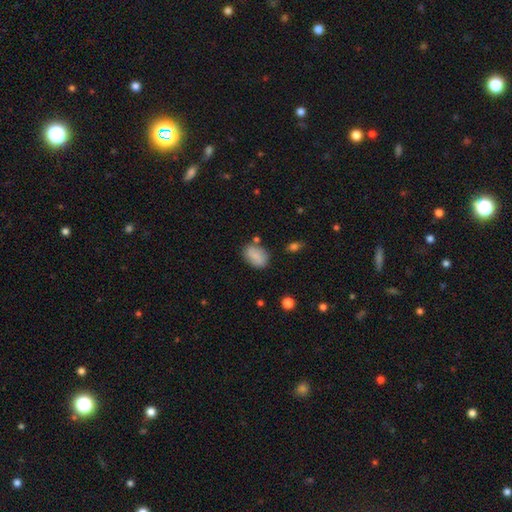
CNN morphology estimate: Smooth or featured? smooth (83%)
How rounded? in between (86%)
Merging? none (71%)